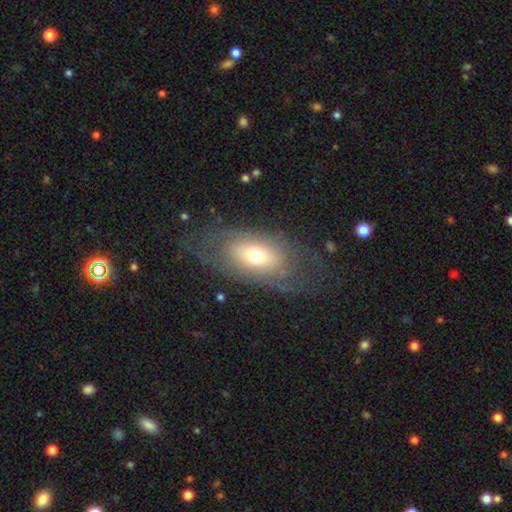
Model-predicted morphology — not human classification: A smooth galaxy with no disk features (51%) that is in between round and cigar-shaped (88%). Merging: none (63%).